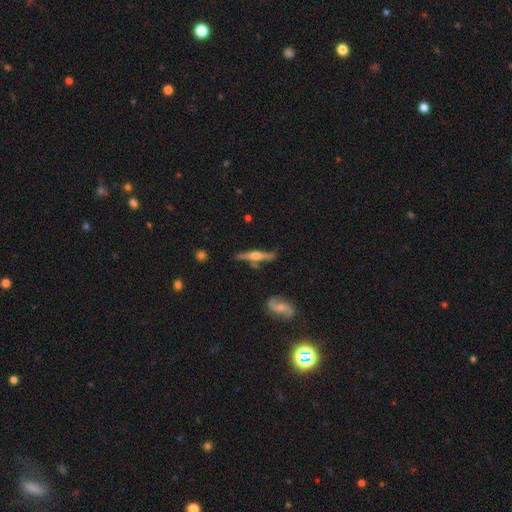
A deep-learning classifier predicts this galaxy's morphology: type=featured or disk (73%); edge-on=yes (95%); edge-on bulge=rounded (90%); merging=none (77%).